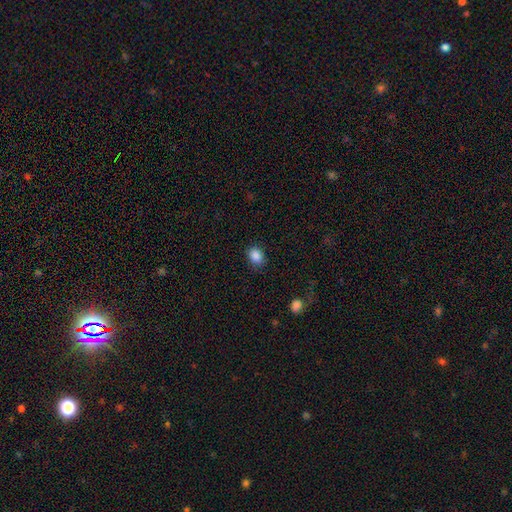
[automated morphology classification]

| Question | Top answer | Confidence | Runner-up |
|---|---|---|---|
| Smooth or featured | smooth | 87% | star or artifact (9%) |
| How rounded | in between | 56% | round (43%) |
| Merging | none | 84% | minor disturbance (11%) |